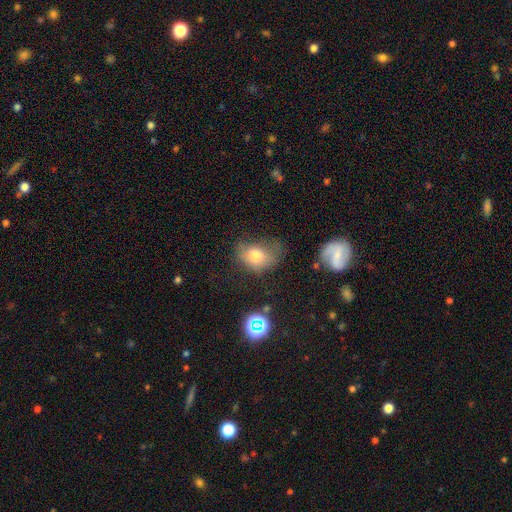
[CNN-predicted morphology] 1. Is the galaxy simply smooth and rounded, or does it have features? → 72% smooth, 16% featured or disk, 12% star or artifact.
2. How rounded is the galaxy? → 67% in between, 32% round, 1% cigar-shaped.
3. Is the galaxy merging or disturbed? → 37% none, 31% minor disturbance, 28% major disturbance, 4% merger.